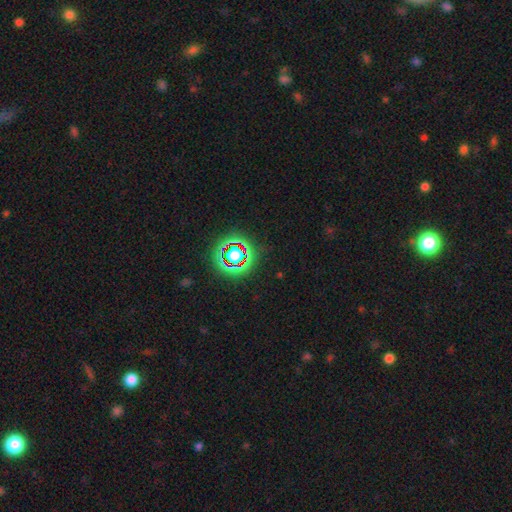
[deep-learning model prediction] A star or artifact, not a galaxy (77%).

Vote fractions:
- Smooth or featured? star or artifact: 77% / smooth: 14% / featured or disk: 9%